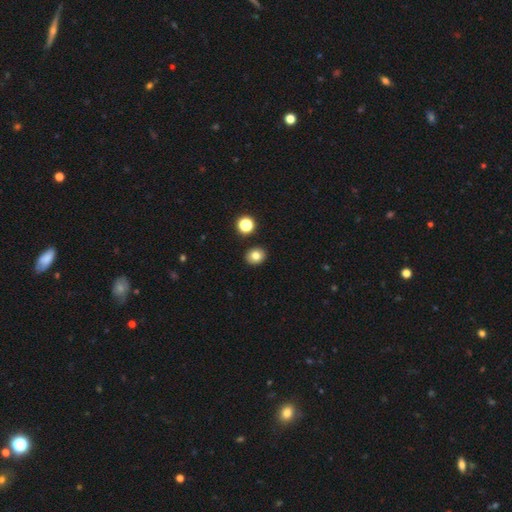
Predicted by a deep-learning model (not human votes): Smooth or featured? Predicted: smooth (p=0.79). How rounded? Predicted: round (p=0.63). Merging? Predicted: none (p=0.89).